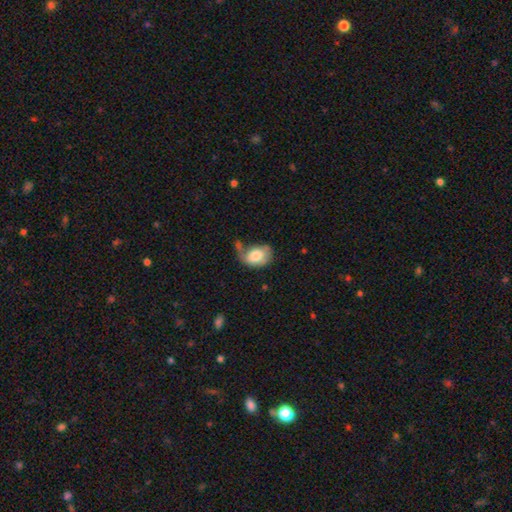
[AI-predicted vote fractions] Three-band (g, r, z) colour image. It shows a smooth galaxy with no disk features (72%) that is in between round and cigar-shaped (74%). Merging: none (32%).